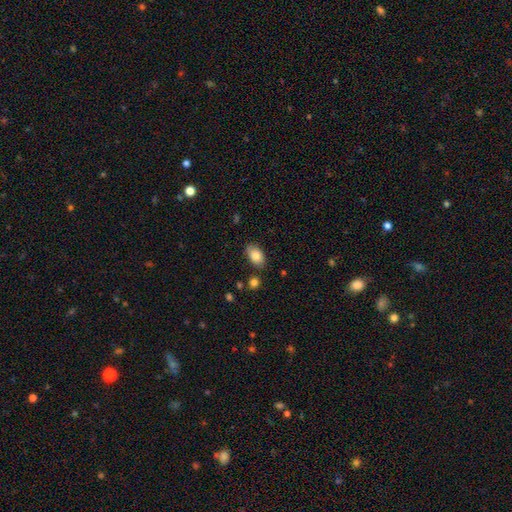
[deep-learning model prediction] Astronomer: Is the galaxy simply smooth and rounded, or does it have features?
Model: smooth — 84%.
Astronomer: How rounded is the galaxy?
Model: in between — 90%.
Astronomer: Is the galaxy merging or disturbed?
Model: none — 79%.